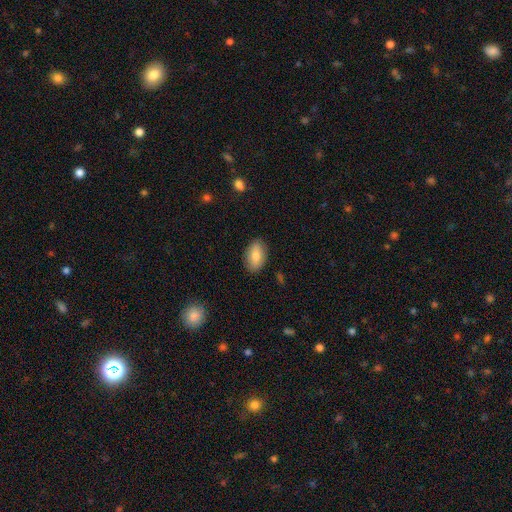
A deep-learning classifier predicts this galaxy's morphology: type=smooth (81%); roundness=in between (93%); merging=none (87%).